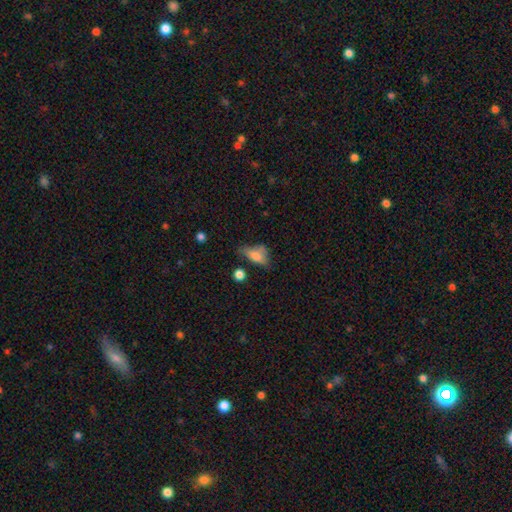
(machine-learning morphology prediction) Smooth or featured?
  - smooth: 70% *
  - featured or disk: 19%
  - star or artifact: 10%
How rounded?
  - in between: 82% *
  - cigar-shaped: 9%
  - round: 8%
Merging?
  - none: 35% *
  - minor disturbance: 33%
  - major disturbance: 23%
  - merger: 9%